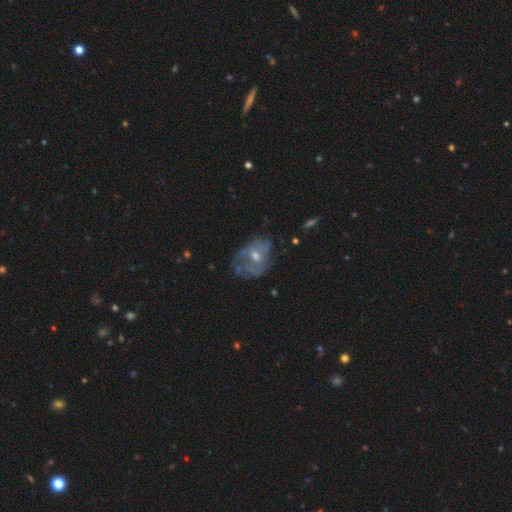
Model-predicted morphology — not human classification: featured or disk 62%, smooth 27%, star or artifact 11%. Down the decision tree: edge-on disk — no (96%); bar — no (71%); spiral arms — yes (50%, tied with no); bulge size — moderate (55%); merging — none (49%).